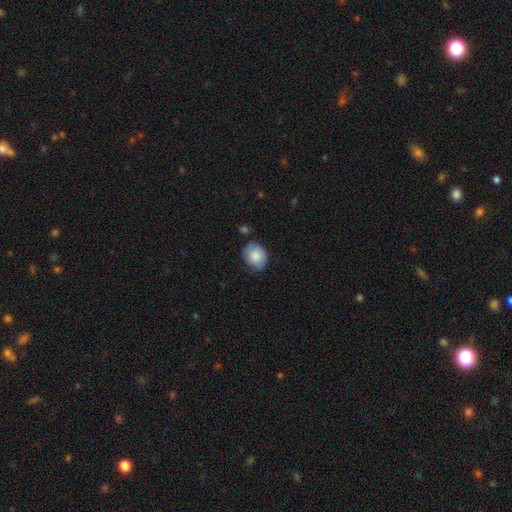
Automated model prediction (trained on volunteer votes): Overall: smooth (84%). How rounded: in between (54%; round 46%). Merging: none (73%).